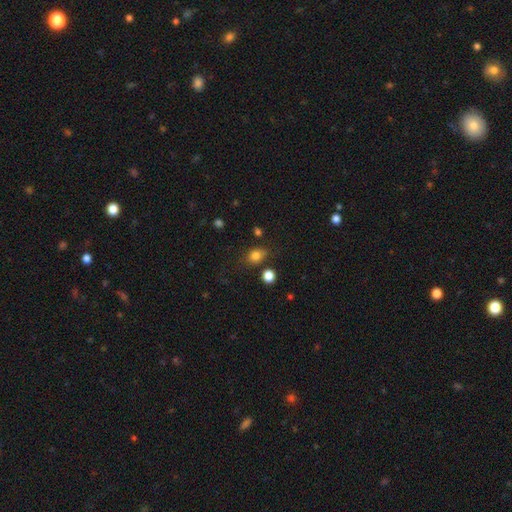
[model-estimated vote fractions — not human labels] Smooth or featured? Predicted: smooth (p=0.80). How rounded? Predicted: round (p=0.51). Merging? Predicted: none (p=0.71).